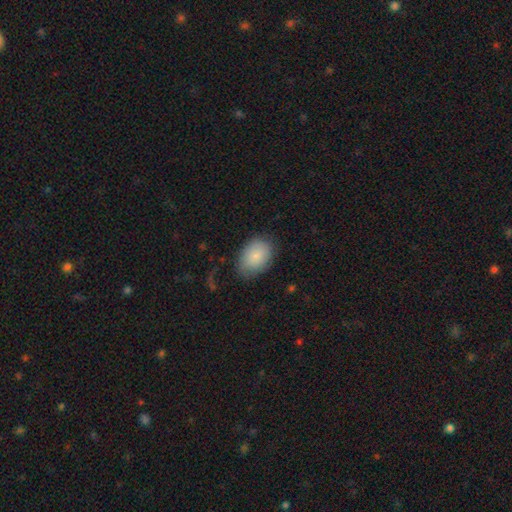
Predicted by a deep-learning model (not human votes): Smooth or featured: smooth — 84% (featured or disk — 9%)
How rounded: in between — 80% (round — 19%)
Merging: none — 72% (minor disturbance — 21%)